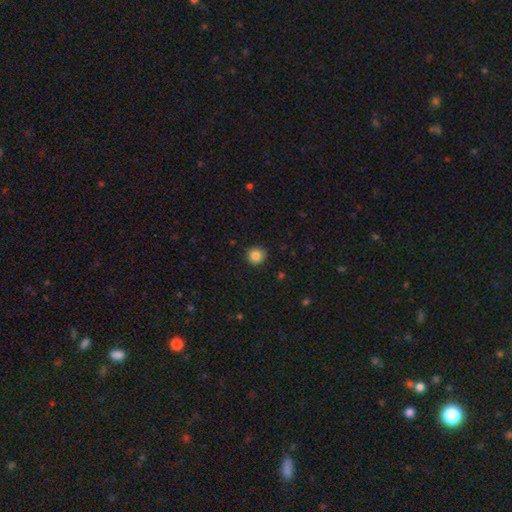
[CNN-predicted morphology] Smooth or featured? Predicted: smooth (p=0.85). How rounded? Predicted: round (p=0.93). Merging? Predicted: none (p=0.90).